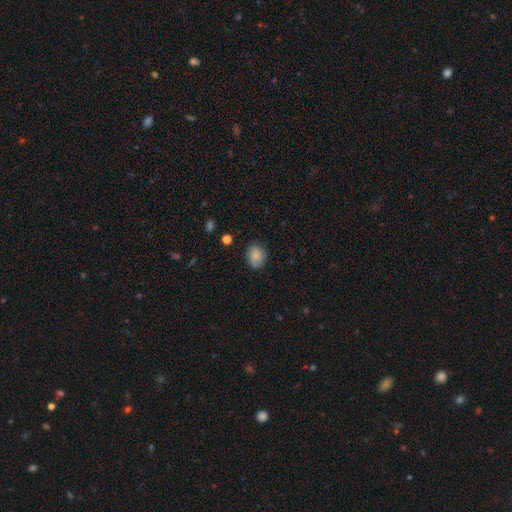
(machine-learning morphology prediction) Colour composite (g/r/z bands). It shows a smooth galaxy with no disk features (86%) that is in between round and cigar-shaped (58%). Merging: none (81%).